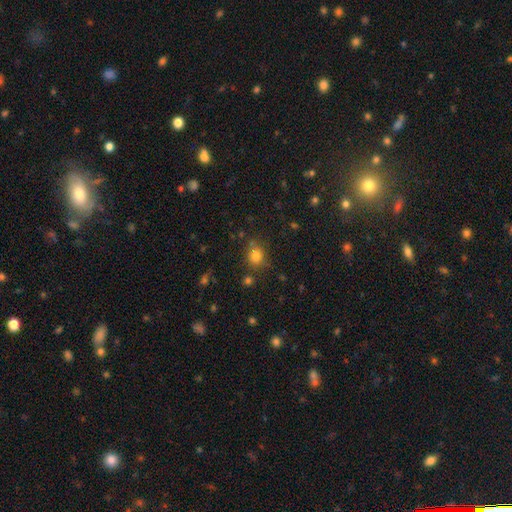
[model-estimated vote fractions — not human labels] smooth 79%, star or artifact 15%, featured or disk 7%. Down the decision tree: how rounded — round (75%); merging — none (75%).